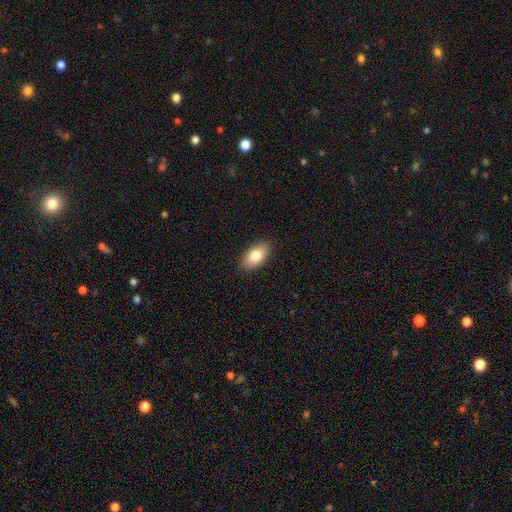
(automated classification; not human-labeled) Smooth or featured: smooth — 83% (featured or disk — 11%)
How rounded: in between — 94% (round — 4%)
Merging: none — 88% (minor disturbance — 9%)